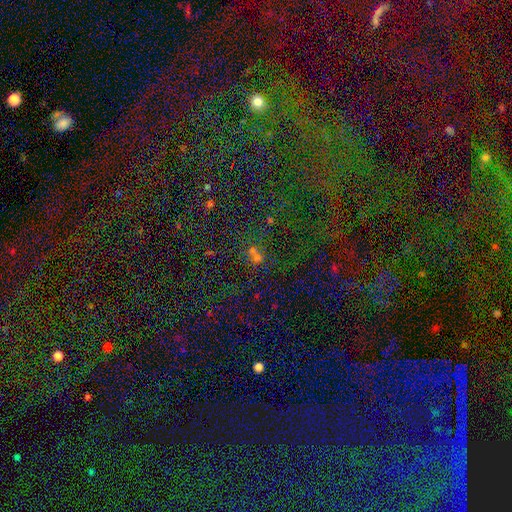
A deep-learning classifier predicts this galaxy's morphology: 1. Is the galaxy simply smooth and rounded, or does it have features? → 52% star or artifact, 37% smooth, 11% featured or disk.